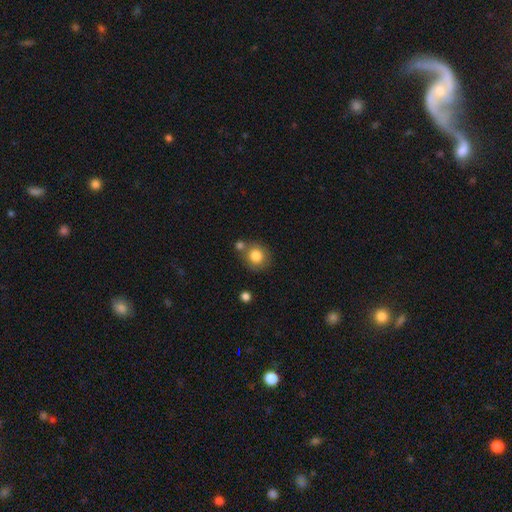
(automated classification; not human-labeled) Smooth or featured? smooth (82%)
How rounded? round (86%)
Merging? none (66%)